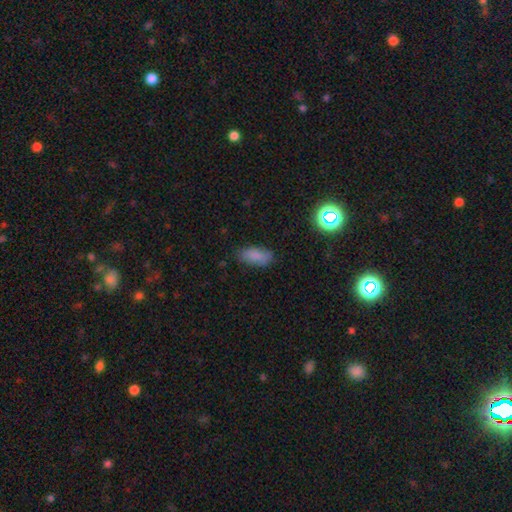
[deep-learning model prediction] Smooth or featured? Predicted: smooth (p=0.82). How rounded? Predicted: in between (p=0.88). Merging? Predicted: none (p=0.78).